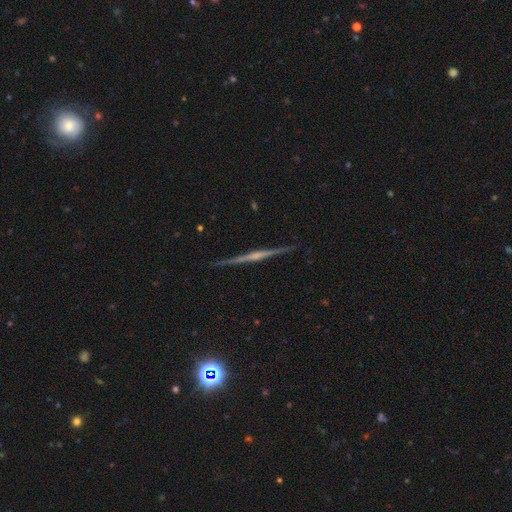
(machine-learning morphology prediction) This appears to be a featured or disk galaxy (82%) viewed edge-on (98%) with a rounded central bulge (53%). Merging: none (91%).